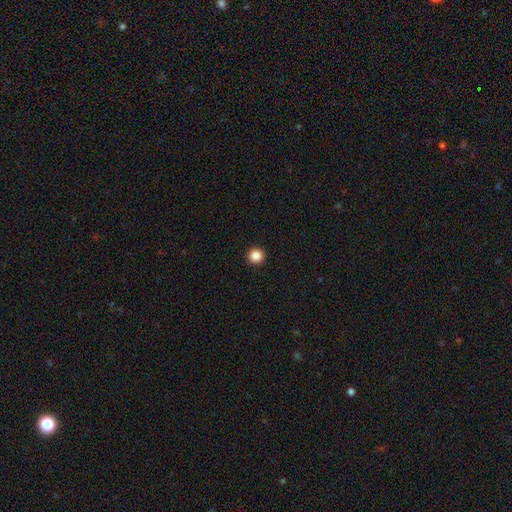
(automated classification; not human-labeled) Q: Smooth or featured?
A: smooth (86%); runner-up: star or artifact (11%)
Q: How rounded?
A: round (96%); runner-up: in between (3%)
Q: Merging?
A: none (94%); runner-up: minor disturbance (4%)